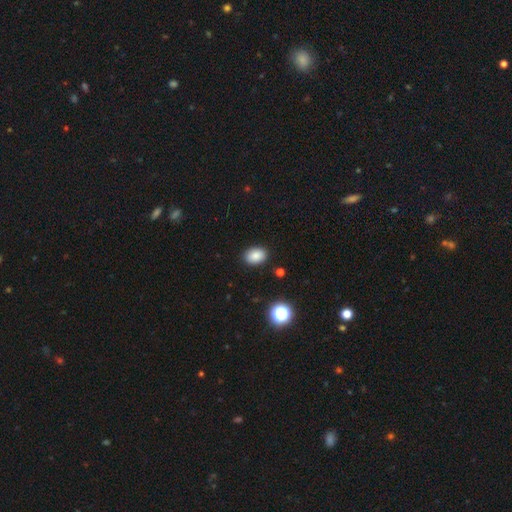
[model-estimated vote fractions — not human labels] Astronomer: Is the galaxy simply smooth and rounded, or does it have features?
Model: smooth — 85%.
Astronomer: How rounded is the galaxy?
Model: in between — 79%.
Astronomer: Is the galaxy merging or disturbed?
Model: none — 88%.